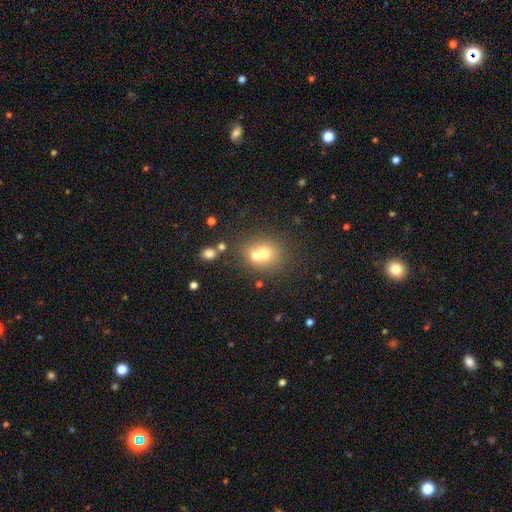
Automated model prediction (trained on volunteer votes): smooth-or-featured: smooth: 66% | featured or disk: 21% | star or artifact: 13%
  how-rounded: round: 71% | in between: 29% | cigar-shaped: 1%
  merging: merger: 49% | none: 39% | minor disturbance: 8% | major disturbance: 4%